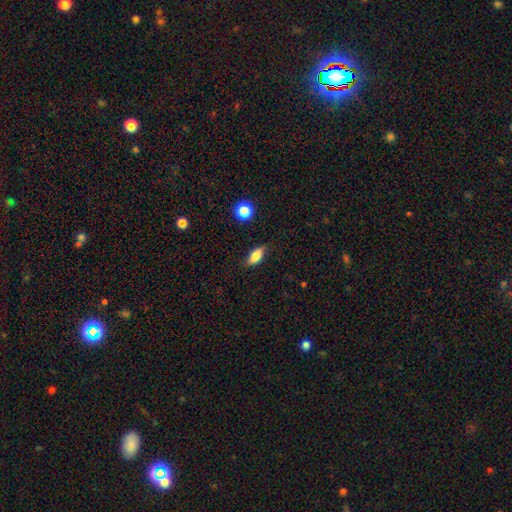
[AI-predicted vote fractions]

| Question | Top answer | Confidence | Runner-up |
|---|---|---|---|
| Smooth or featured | smooth | 73% | featured or disk (18%) |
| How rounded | in between | 78% | cigar-shaped (16%) |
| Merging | none | 75% | minor disturbance (19%) |